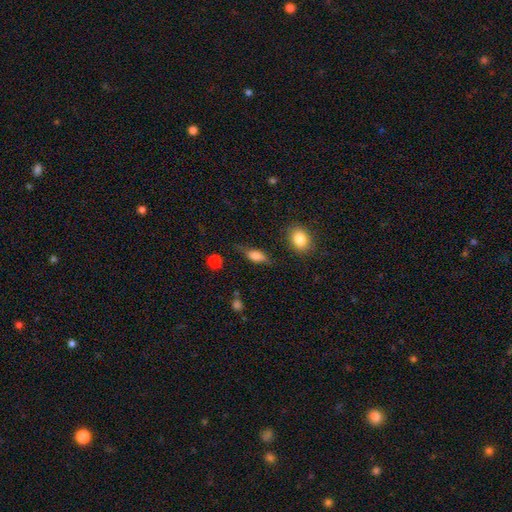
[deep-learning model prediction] This is likely a smooth galaxy (68%). How rounded: likely in between (76%). Merging: likely none (63%).